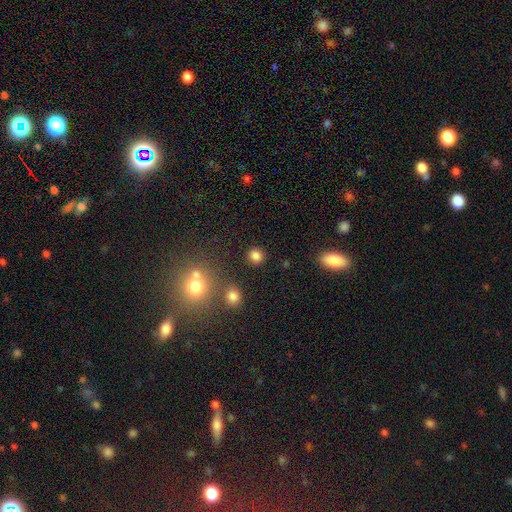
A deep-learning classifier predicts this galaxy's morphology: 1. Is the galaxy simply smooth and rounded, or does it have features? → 83% smooth, 13% star or artifact, 5% featured or disk.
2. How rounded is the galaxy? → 87% round, 12% in between, 1% cigar-shaped.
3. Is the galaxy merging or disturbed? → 87% none, 7% minor disturbance, 4% merger, 3% major disturbance.